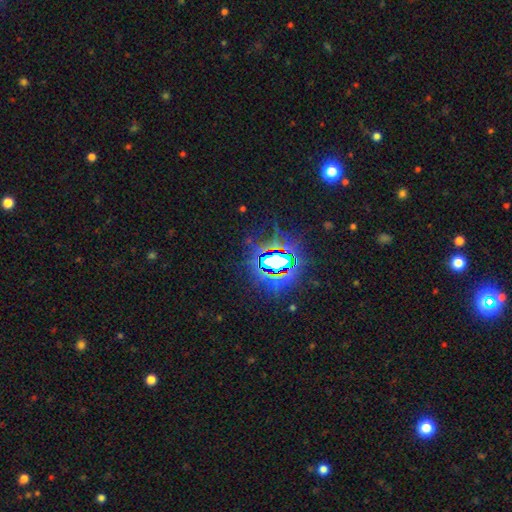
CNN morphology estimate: smooth-or-featured: star or artifact: 83% | smooth: 10% | featured or disk: 7%